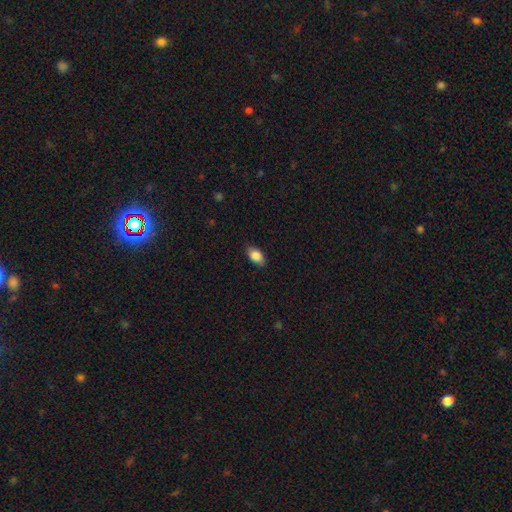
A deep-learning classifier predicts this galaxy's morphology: Overall: smooth (85%). How rounded: in between (91%). Merging: none (85%).